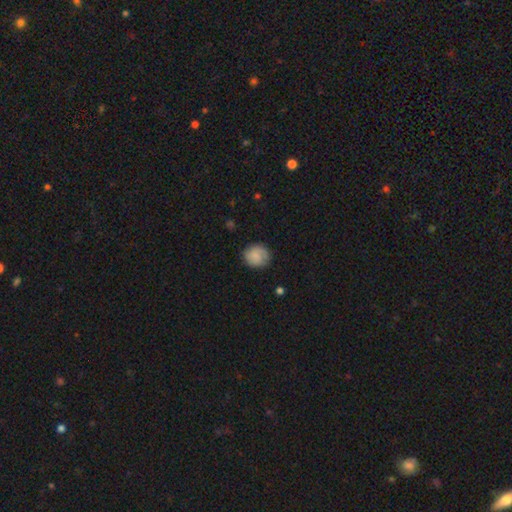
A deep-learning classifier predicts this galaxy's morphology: Smooth or featured: smooth — 76% (featured or disk — 16%)
How rounded: round — 83% (in between — 16%)
Merging: none — 82% (minor disturbance — 14%)